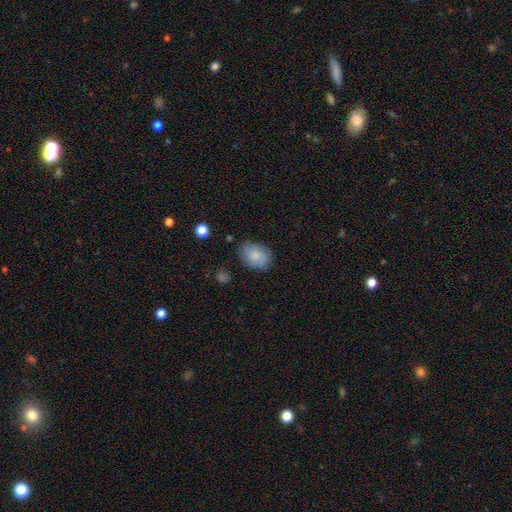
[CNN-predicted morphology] smooth 83%, featured or disk 10%, star or artifact 7%. Down the decision tree: how rounded — in between (74%); merging — none (76%).